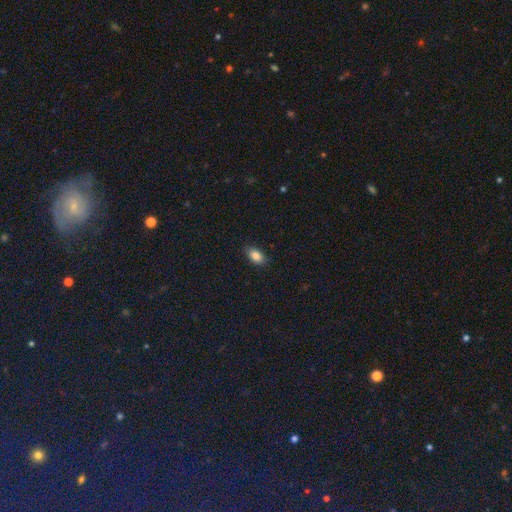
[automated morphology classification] This appears to be a smooth galaxy with no disk features (85%) that is in between round and cigar-shaped (90%). Merging: none (86%).